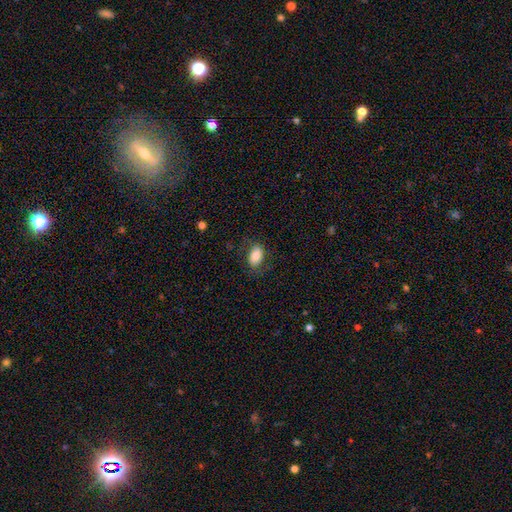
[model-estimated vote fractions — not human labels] This is likely a smooth galaxy (80%). How rounded: clearly in between (89%). Merging: likely none (76%).